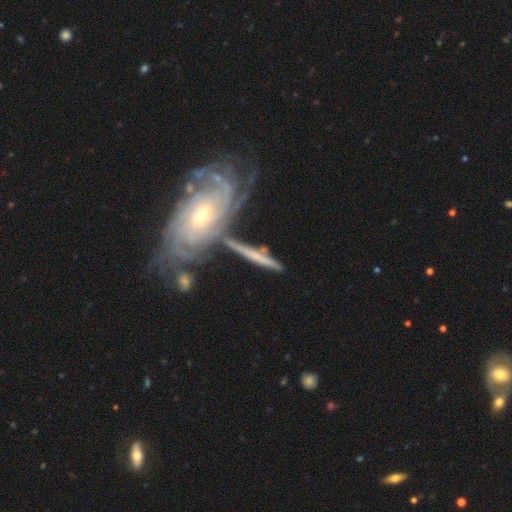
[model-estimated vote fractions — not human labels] Smooth or featured: featured or disk — 69% (smooth — 23%)
Edge-on disk: yes — 51% (no — 49%)
Merging: none — 58% (merger — 18%)